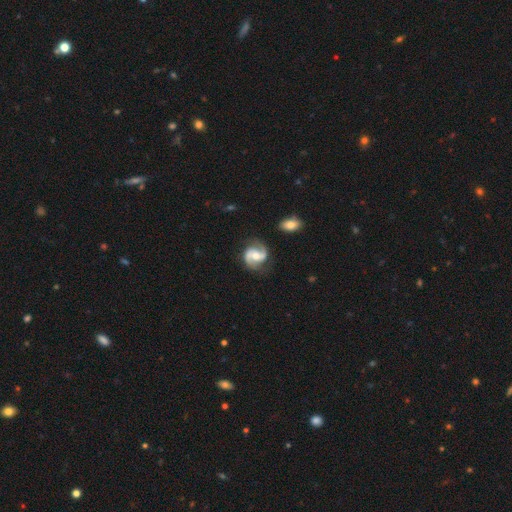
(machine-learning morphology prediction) Smooth or featured? featured or disk (85%)
Edge-on disk? no (98%)
Bar? no (46%)
Spiral arms? yes (96%)
Spiral winding? medium (51%)
Spiral arm count? 2 (93%)
Bulge size? moderate (69%)
Merging? none (79%)